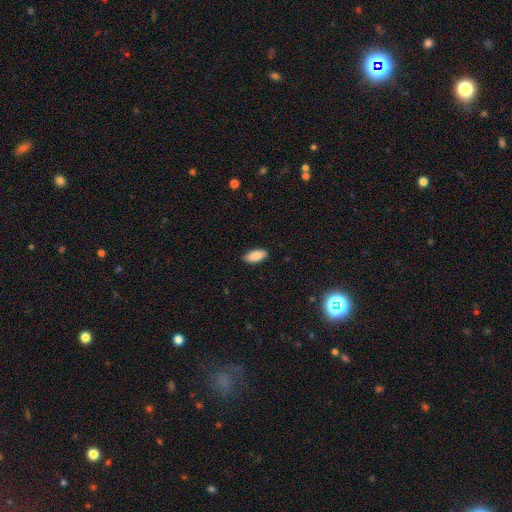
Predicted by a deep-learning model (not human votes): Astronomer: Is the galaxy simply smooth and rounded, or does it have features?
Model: smooth — 89%.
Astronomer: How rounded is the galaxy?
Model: in between — 90%.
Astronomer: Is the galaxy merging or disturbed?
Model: none — 88%.